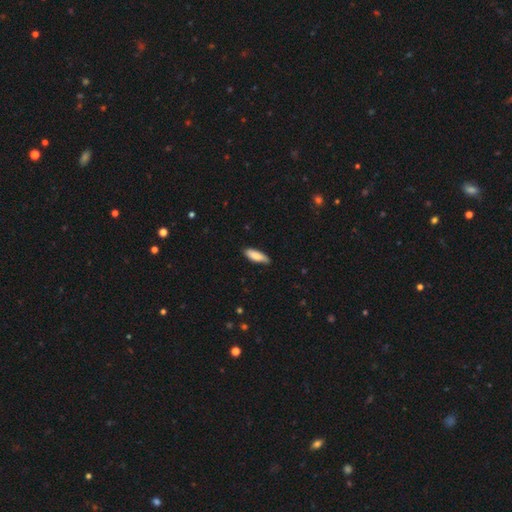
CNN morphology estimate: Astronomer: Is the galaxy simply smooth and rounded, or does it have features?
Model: smooth — 84%.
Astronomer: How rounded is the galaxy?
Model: in between — 57% (runner-up: cigar-shaped, 41%).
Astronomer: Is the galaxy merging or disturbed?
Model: none — 78%.